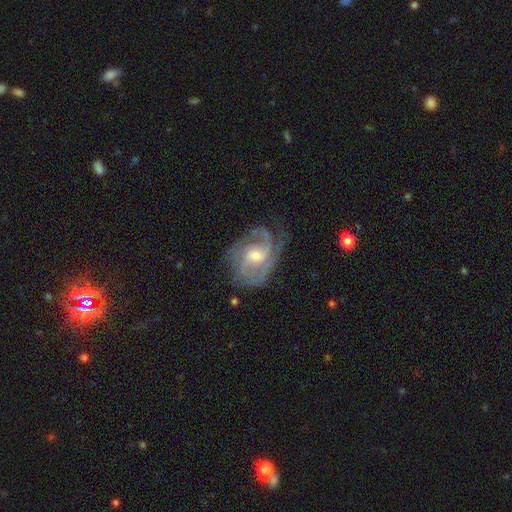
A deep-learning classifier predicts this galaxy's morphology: featured or disk 87%, smooth 8%, star or artifact 5%. Down the decision tree: edge-on disk — no (97%); bar — no (52%); spiral arms — yes (96%); spiral arm count — 2 (38%); spiral winding — medium (46%); bulge size — moderate (52%); merging — none (62%).